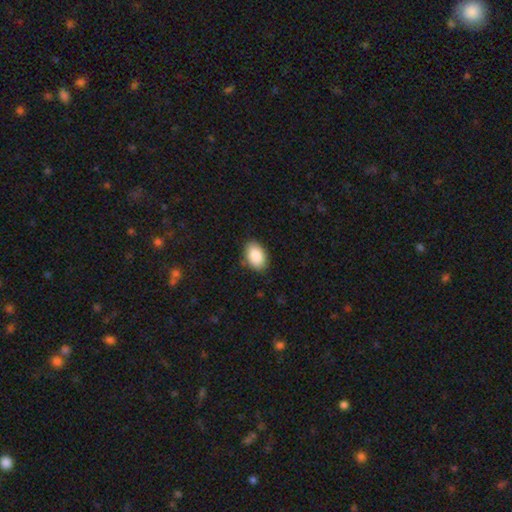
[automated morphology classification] A smooth galaxy with no disk features (88%) that is in between round and cigar-shaped (90%). Merging: none (86%).